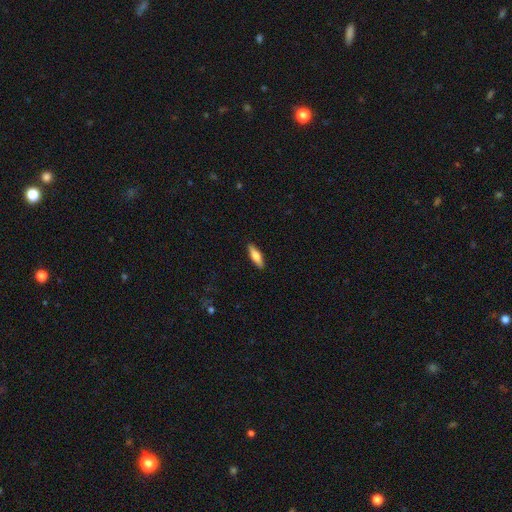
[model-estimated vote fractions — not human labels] Morphology: type=smooth (71%); roundness=cigar-shaped (54%); merging=none (89%).